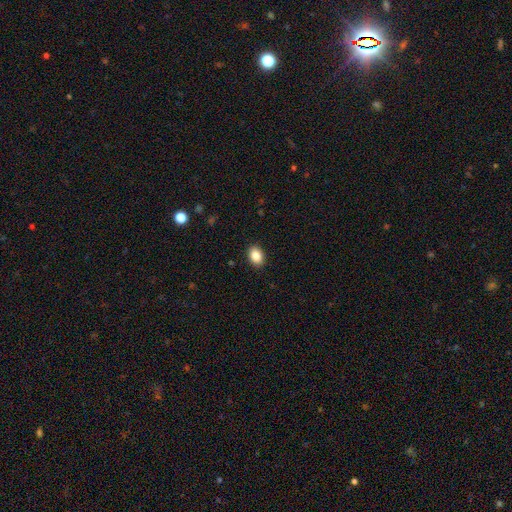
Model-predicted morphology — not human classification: Overall: smooth (87%). How rounded: in between (74%). Merging: none (90%).